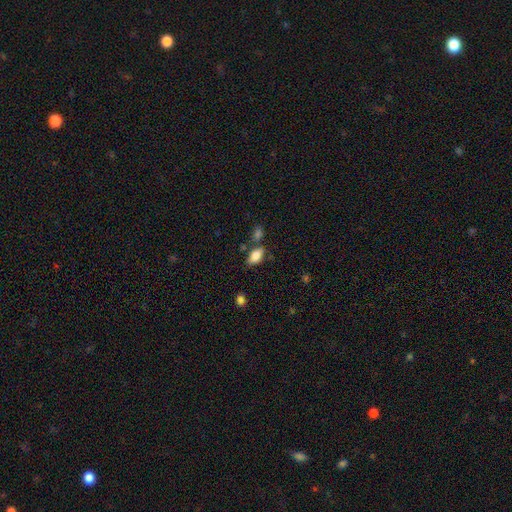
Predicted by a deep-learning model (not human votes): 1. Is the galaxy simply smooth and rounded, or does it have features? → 82% smooth, 10% featured or disk, 8% star or artifact.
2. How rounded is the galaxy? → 90% in between, 6% cigar-shaped, 4% round.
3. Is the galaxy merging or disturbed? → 69% none, 15% minor disturbance, 12% merger, 4% major disturbance.